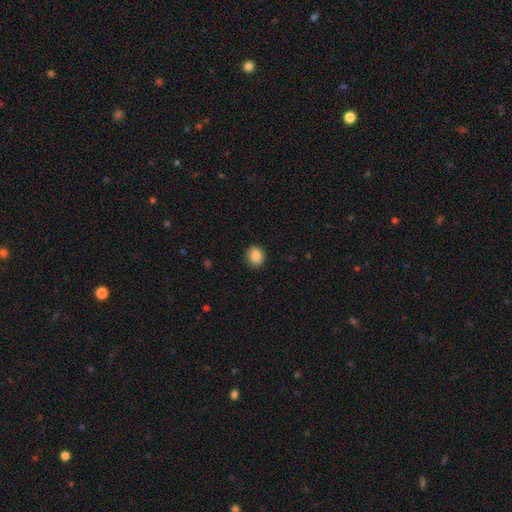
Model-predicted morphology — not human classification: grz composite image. It shows a smooth galaxy with no disk features (88%) that is round (72%). Merging: none (88%).